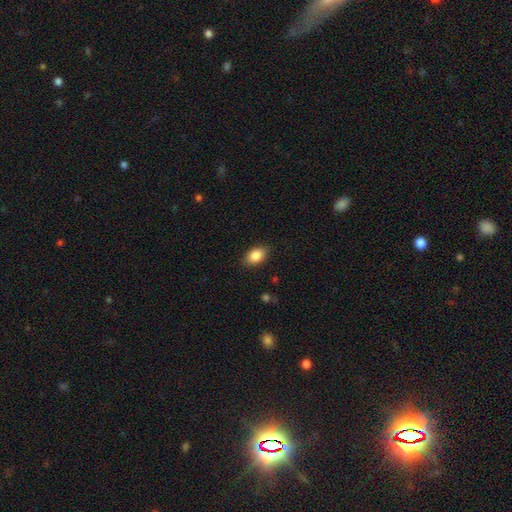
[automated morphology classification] The model was most divided on "merging": none: 86%, minor disturbance: 11%, major disturbance: 3%, merger: 1%. More confident: how rounded — in between (87%); smooth or featured — smooth (86%).